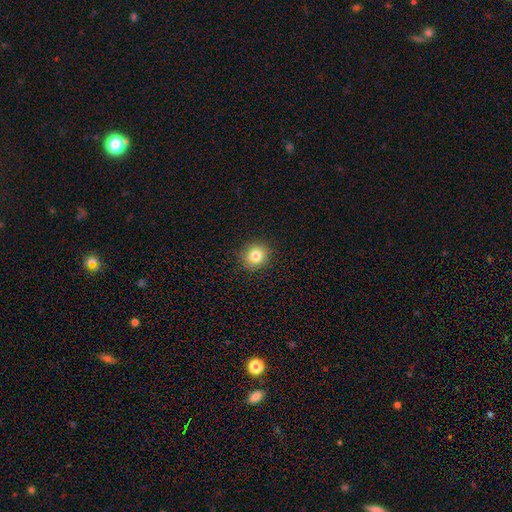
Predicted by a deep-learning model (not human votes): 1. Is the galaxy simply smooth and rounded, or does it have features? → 82% smooth, 11% star or artifact, 7% featured or disk.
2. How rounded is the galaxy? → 84% round, 15% in between, 1% cigar-shaped.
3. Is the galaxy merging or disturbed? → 90% none, 7% minor disturbance, 2% major disturbance, 1% merger.